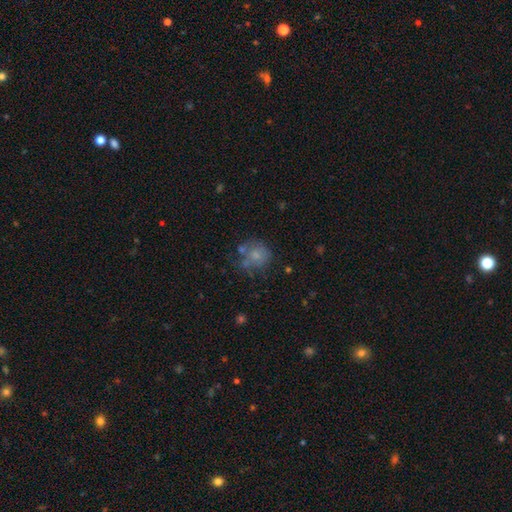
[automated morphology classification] A smooth galaxy with no disk features (66%) that is round (77%). Merging: none (48%).